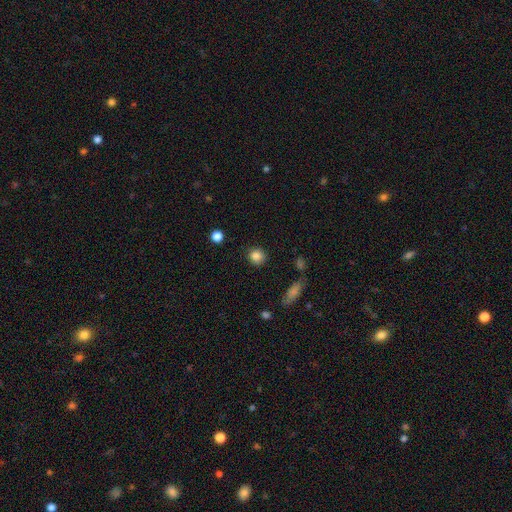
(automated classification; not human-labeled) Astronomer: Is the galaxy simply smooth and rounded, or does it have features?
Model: smooth — 85%.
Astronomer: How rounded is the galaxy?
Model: round — 89%.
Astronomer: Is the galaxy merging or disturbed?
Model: none — 89%.